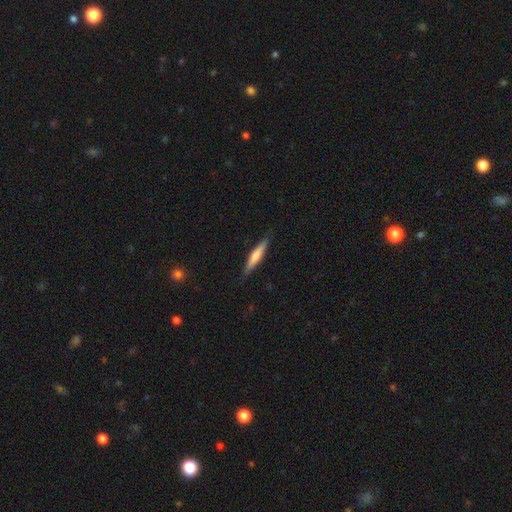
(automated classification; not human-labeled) Morphology: type=smooth (61%); roundness=cigar-shaped (90%); merging=none (87%).